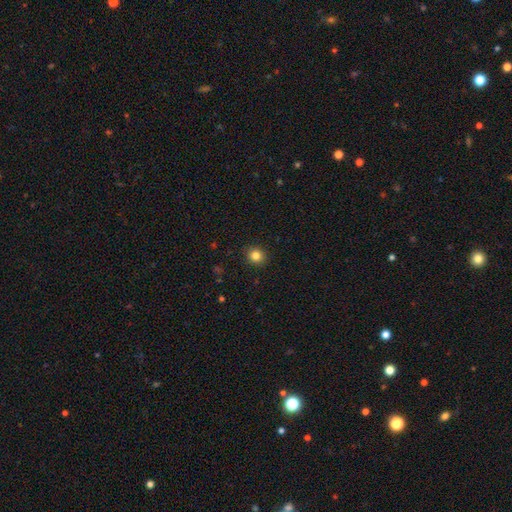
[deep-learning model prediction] Smooth or featured: smooth — 83% (star or artifact — 12%)
How rounded: round — 85% (in between — 14%)
Merging: none — 91% (minor disturbance — 6%)